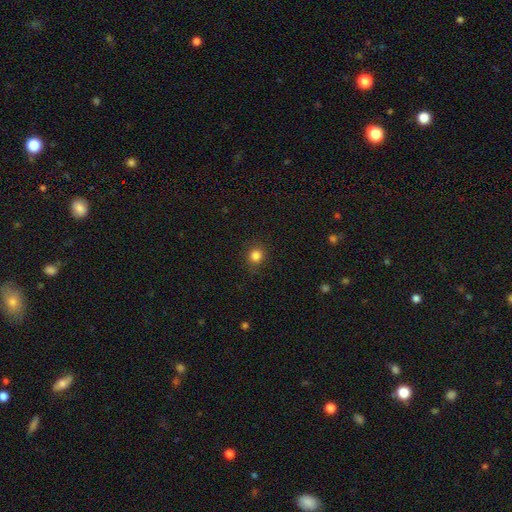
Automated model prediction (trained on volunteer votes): Q: Smooth or featured?
A: smooth (83%); runner-up: star or artifact (12%)
Q: How rounded?
A: round (88%); runner-up: in between (11%)
Q: Merging?
A: none (88%); runner-up: minor disturbance (8%)